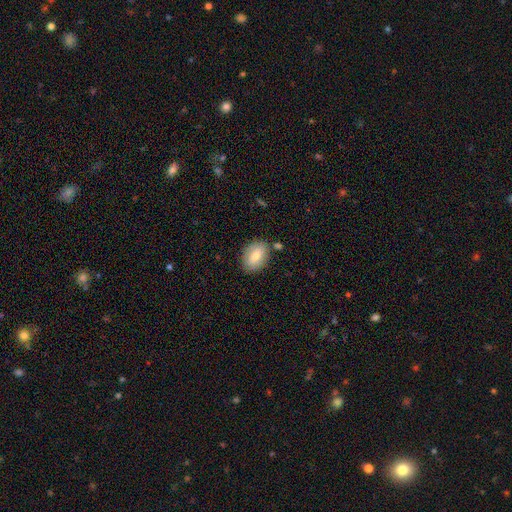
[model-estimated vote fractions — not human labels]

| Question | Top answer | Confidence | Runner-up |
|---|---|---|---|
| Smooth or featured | smooth | 78% | featured or disk (15%) |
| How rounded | in between | 83% | round (15%) |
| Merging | none | 79% | minor disturbance (13%) |